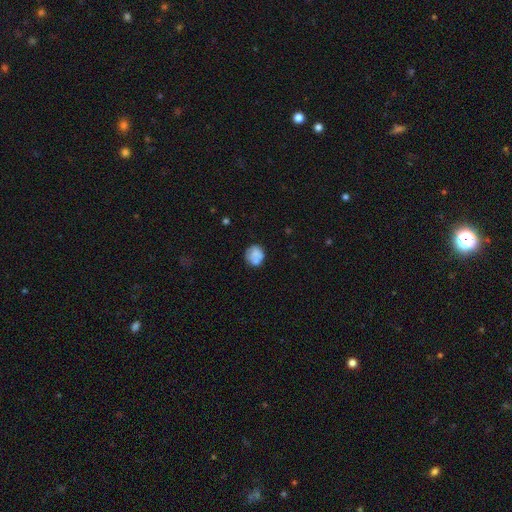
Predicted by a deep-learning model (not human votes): Smooth or featured?
  - smooth: 70% *
  - featured or disk: 22%
  - star or artifact: 8%
How rounded?
  - round: 80% *
  - in between: 19%
  - cigar-shaped: 1%
Merging?
  - none: 57% *
  - minor disturbance: 20%
  - merger: 16%
  - major disturbance: 7%